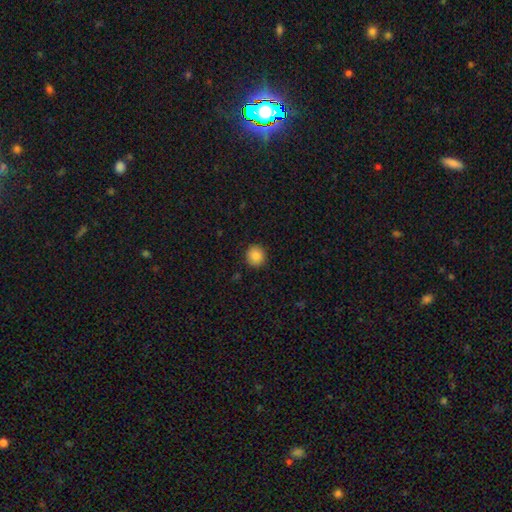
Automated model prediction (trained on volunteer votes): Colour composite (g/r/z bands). It shows a smooth galaxy with no disk features (86%) that is round (91%). Merging: none (91%).